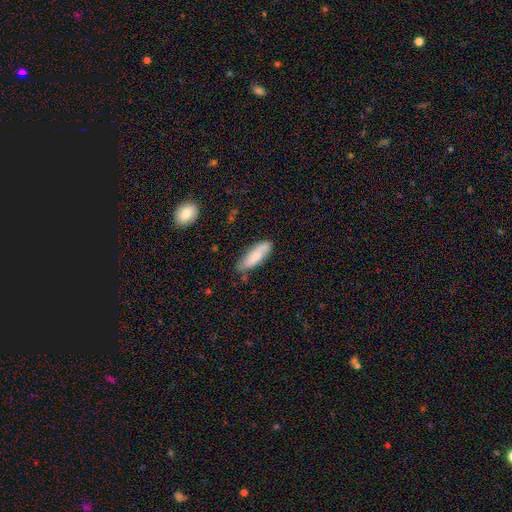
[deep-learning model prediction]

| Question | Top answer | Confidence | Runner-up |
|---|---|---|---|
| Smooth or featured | smooth | 75% | featured or disk (19%) |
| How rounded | in between | 55% | cigar-shaped (43%) |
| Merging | none | 72% | minor disturbance (21%) |